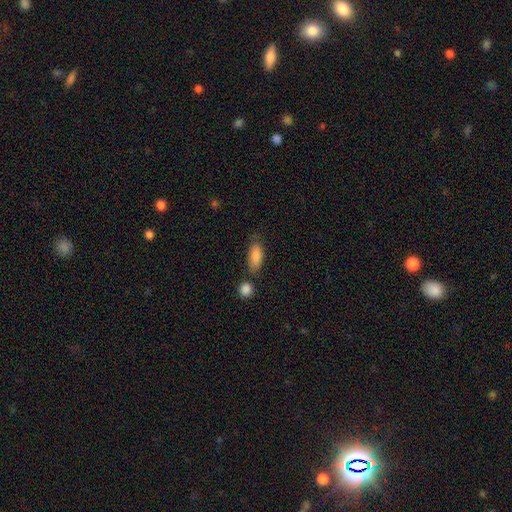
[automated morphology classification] Smooth or featured: smooth — 83% (featured or disk — 10%)
How rounded: in between — 79% (cigar-shaped — 18%)
Merging: none — 62% (minor disturbance — 19%)